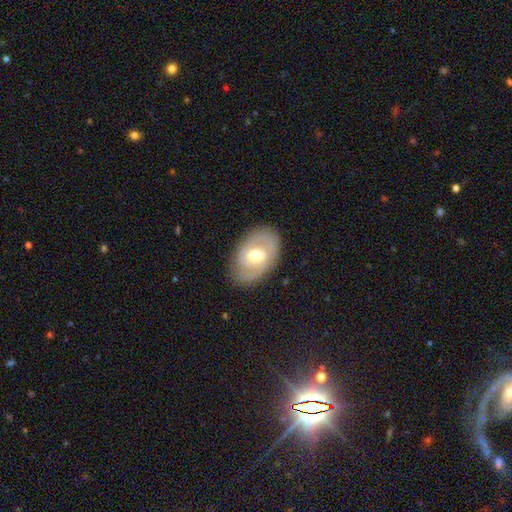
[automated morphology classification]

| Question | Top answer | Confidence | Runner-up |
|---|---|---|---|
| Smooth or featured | featured or disk | 69% | smooth (25%) |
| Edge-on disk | no | 94% | yes (6%) |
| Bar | no | 48% | weak (41%) |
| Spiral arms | yes | 74% | no (26%) |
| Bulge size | moderate | 72% | small (17%) |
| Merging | none | 81% | minor disturbance (13%) |